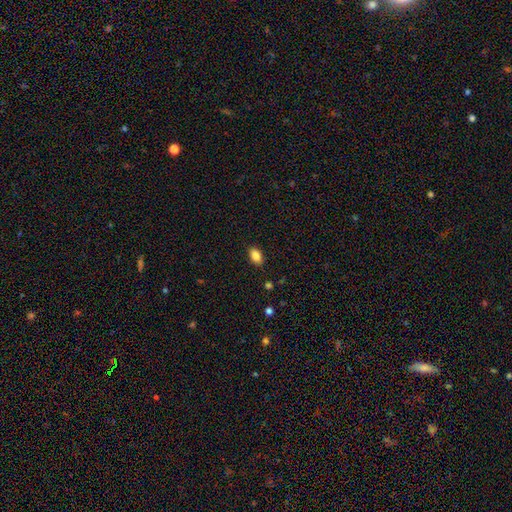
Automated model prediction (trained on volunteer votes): This is clearly a smooth galaxy (86%). How rounded: clearly in between (89%). Merging: clearly none (88%).